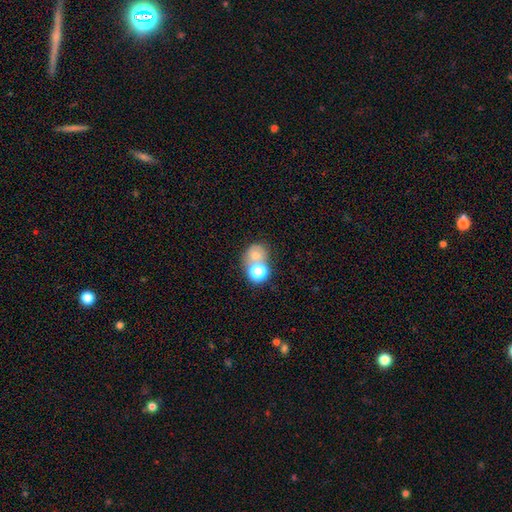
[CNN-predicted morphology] Q: Smooth or featured?
A: smooth (65%); runner-up: star or artifact (18%)
Q: How rounded?
A: round (70%); runner-up: in between (30%)
Q: Merging?
A: merger (46%); runner-up: none (40%)